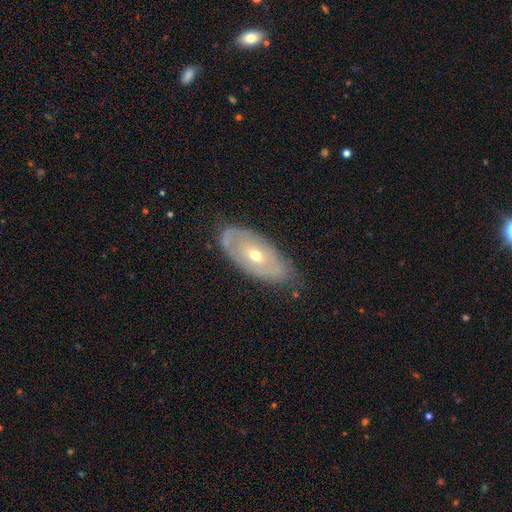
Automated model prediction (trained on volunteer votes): smooth_or_featured: featured or disk (p=0.57) [alt: smooth p=0.36]
disk_edge_on: no (p=0.84) [alt: yes p=0.16]
merging: none (p=0.69) [alt: minor disturbance p=0.23]